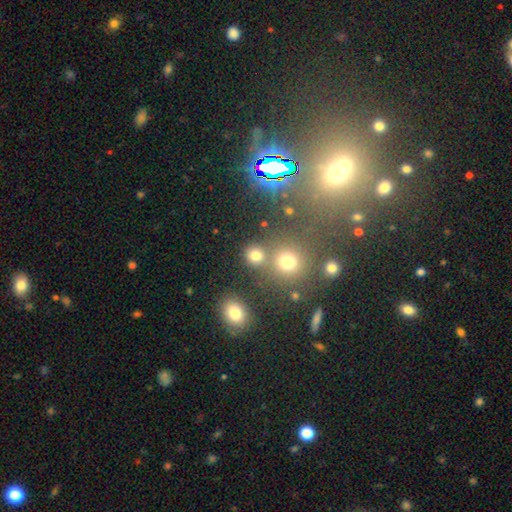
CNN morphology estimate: A smooth galaxy with no disk features (74%) that is round (84%).

Vote fractions:
- Smooth or featured? smooth: 74% / star or artifact: 19% / featured or disk: 7%
- How rounded? round: 84% / in between: 15% / cigar-shaped: 1%
- Merging? none: 70% / merger: 18% / minor disturbance: 7% / major disturbance: 4%